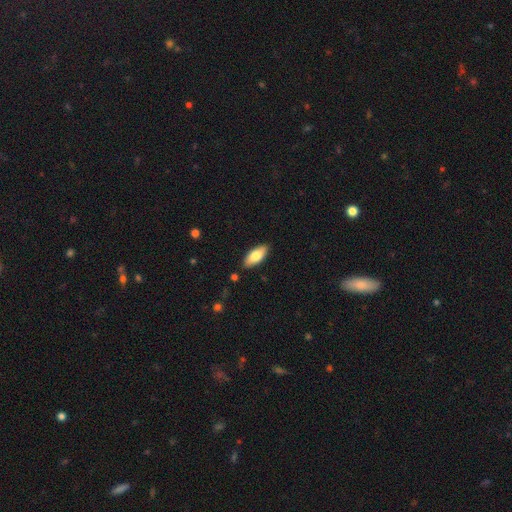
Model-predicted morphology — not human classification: Smooth or featured? Predicted: smooth (p=0.76). How rounded? Predicted: in between (p=0.81). Merging? Predicted: none (p=0.87).